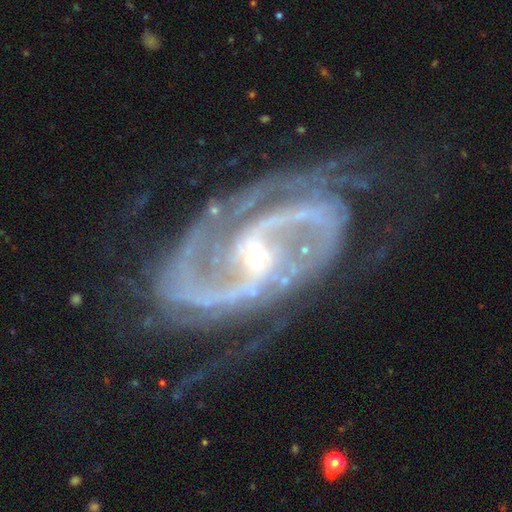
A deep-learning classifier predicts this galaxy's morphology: A featured or disk galaxy (93%) with a weak bar (41%), 2 (83%) medium (55%) spiral arms (98%) and a small central bulge (54%). Merging: none (65%).